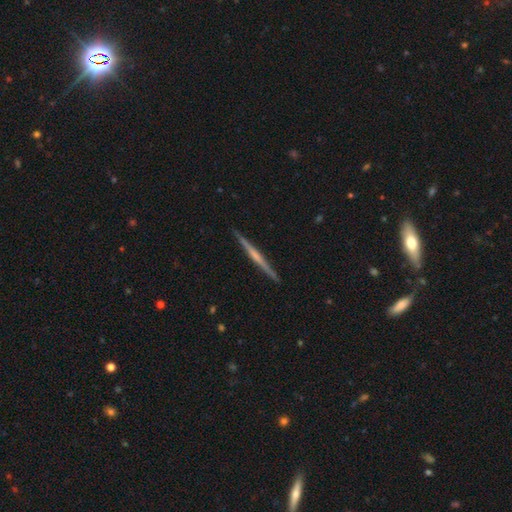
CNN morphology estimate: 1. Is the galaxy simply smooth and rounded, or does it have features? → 72% featured or disk, 23% smooth, 5% star or artifact.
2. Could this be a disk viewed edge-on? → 98% yes, 2% no.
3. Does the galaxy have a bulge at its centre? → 48% none, 39% rounded, 12% boxy.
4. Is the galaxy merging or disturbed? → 92% none, 5% minor disturbance, 1% major disturbance, 1% merger.